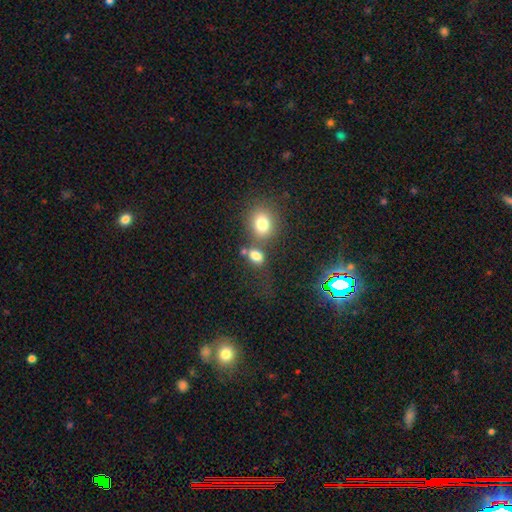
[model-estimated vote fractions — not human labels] smooth 77%, star or artifact 13%, featured or disk 9%. Down the decision tree: how rounded — in between (63%); merging — none (46%).